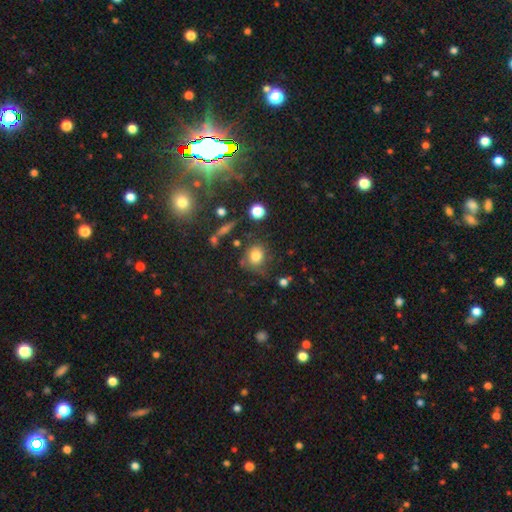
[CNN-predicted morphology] Q: Smooth or featured?
A: smooth (78%); runner-up: star or artifact (13%)
Q: How rounded?
A: round (73%); runner-up: in between (26%)
Q: Merging?
A: none (66%); runner-up: minor disturbance (20%)